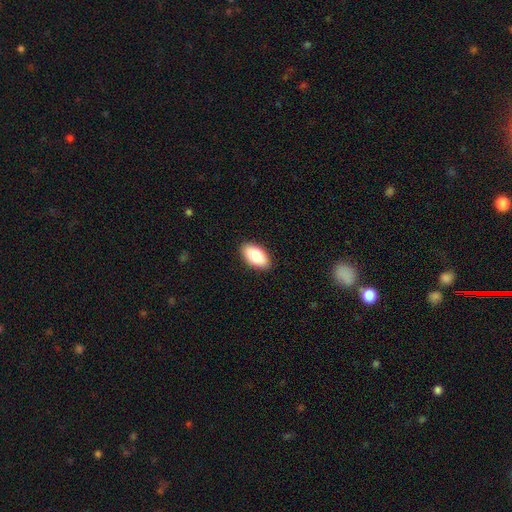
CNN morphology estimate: Smooth or featured: smooth — 84% (featured or disk — 10%)
How rounded: in between — 93% (cigar-shaped — 3%)
Merging: none — 89% (minor disturbance — 9%)